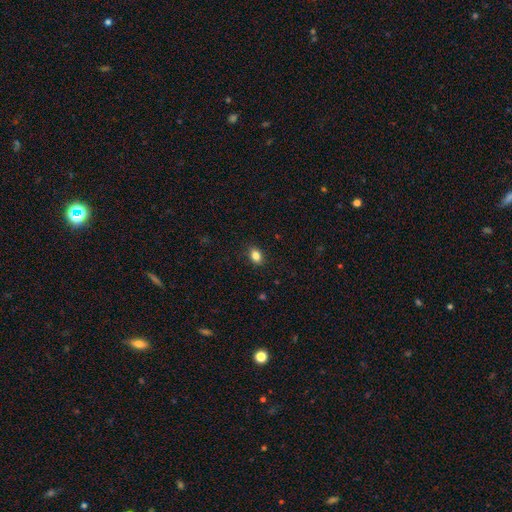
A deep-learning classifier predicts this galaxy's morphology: Smooth or featured: smooth — 84% (star or artifact — 10%)
How rounded: in between — 73% (round — 25%)
Merging: none — 88% (minor disturbance — 9%)